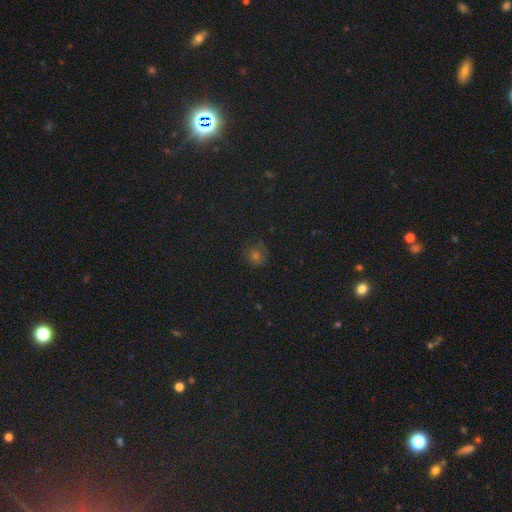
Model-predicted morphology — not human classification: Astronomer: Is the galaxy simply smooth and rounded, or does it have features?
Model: smooth — 60%.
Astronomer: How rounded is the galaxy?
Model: round — 87%.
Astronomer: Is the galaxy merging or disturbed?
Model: none — 78%.